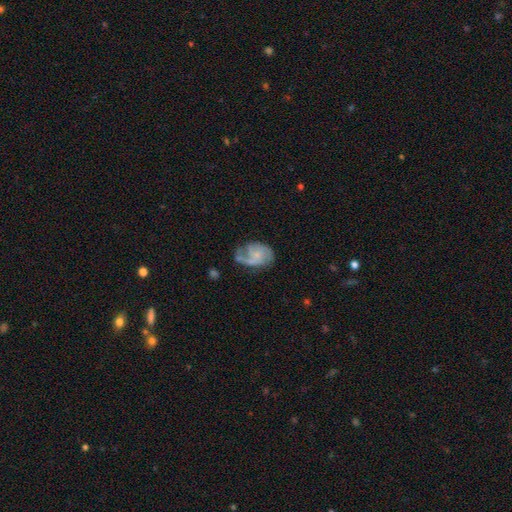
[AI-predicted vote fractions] Overall: featured or disk (70%). Edge-on disk: no (98%). Bar: no (69%). Spiral arms: yes (88%). Spiral arm count: 2 (49%; 1 18%). Spiral winding: medium (44%; loose 32%). Bulge size: small (48%; none 34%). Merging: none (46%; minor disturbance 27%).